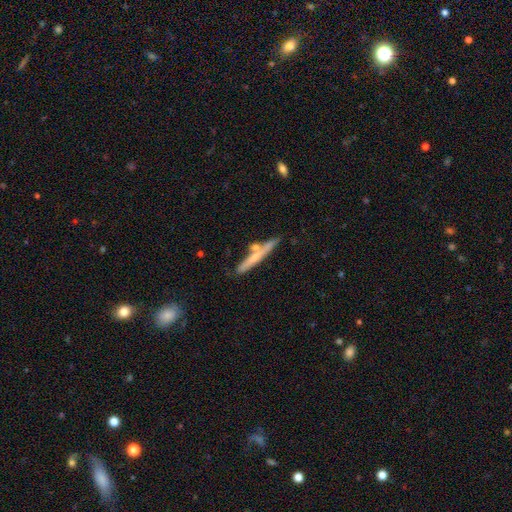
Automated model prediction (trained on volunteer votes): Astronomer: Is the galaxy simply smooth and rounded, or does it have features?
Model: smooth — 50% (runner-up: featured or disk, 44%).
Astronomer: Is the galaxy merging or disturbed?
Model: none — 67%.